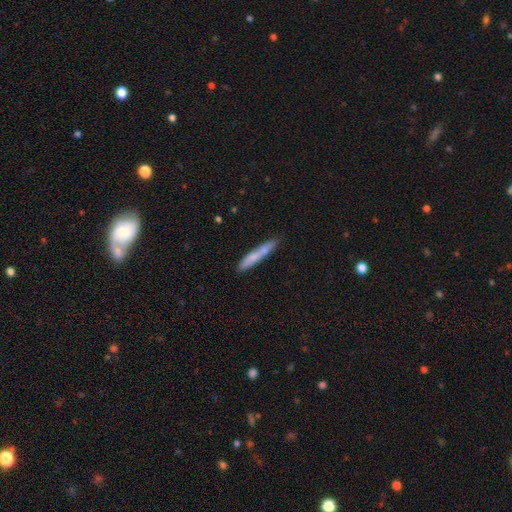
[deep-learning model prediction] A smooth galaxy with no disk features (65%) that is cigar-shaped (93%).

Vote fractions:
- Smooth or featured? smooth: 65% / featured or disk: 28% / star or artifact: 7%
- How rounded? cigar-shaped: 93% / in between: 5% / round: 1%
- Merging? none: 76% / minor disturbance: 14% / merger: 7% / major disturbance: 3%